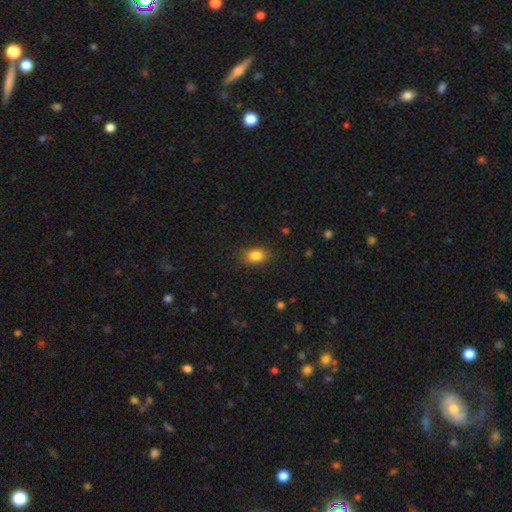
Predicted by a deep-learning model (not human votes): Smooth or featured?
  - smooth: 84% *
  - star or artifact: 9%
  - featured or disk: 7%
How rounded?
  - in between: 78% *
  - round: 20%
  - cigar-shaped: 2%
Merging?
  - none: 83% *
  - minor disturbance: 12%
  - major disturbance: 3%
  - merger: 1%